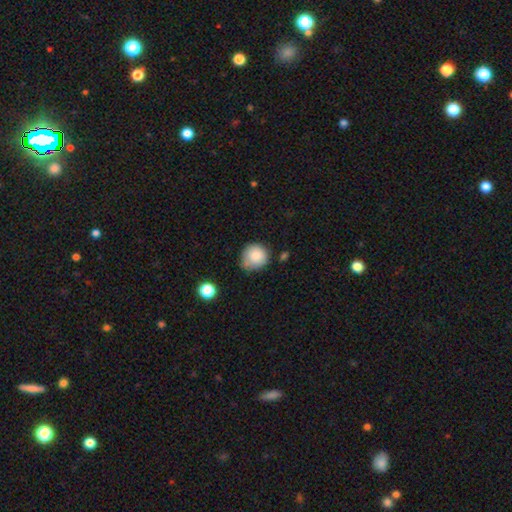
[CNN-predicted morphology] The model was most divided on "merging": none: 63%, minor disturbance: 26%, merger: 6%, major disturbance: 5%. More confident: how rounded — round (90%); smooth or featured — smooth (85%).